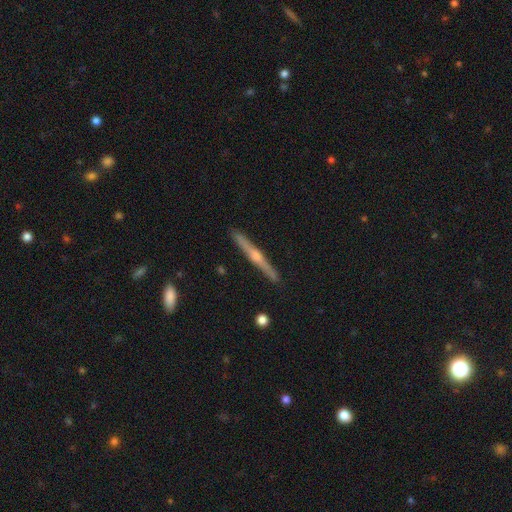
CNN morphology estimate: A featured or disk galaxy (76%) viewed edge-on (98%) with a rounded central bulge (85%).

Vote fractions:
- Smooth or featured? featured or disk: 76% / smooth: 19% / star or artifact: 5%
- Edge-on disk? yes: 98% / no: 2%
- Edge-on bulge? rounded: 85% / none: 10% / boxy: 6%
- Merging? none: 91% / minor disturbance: 7% / major disturbance: 1% / merger: 1%